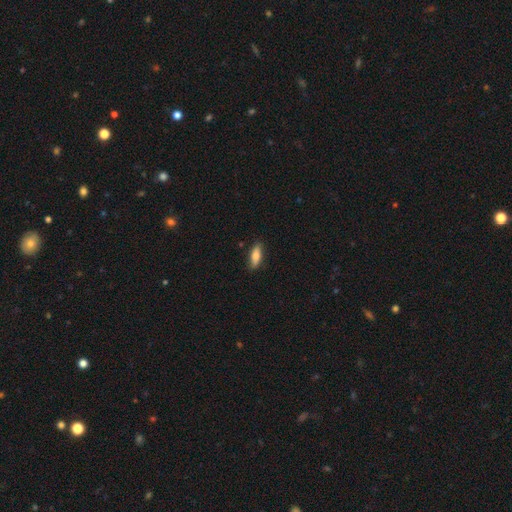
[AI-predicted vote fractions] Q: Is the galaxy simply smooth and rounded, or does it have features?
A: smooth — 76%.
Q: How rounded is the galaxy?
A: in between — 62%.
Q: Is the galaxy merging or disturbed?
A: none — 83%.